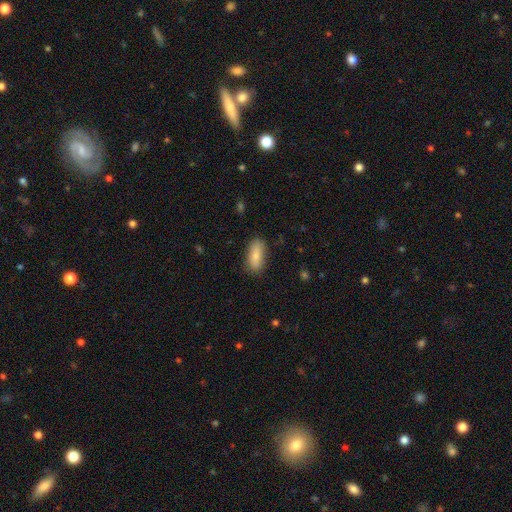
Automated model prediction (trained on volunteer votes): Morphology: type=smooth (81%); roundness=in between (77%); merging=none (80%).